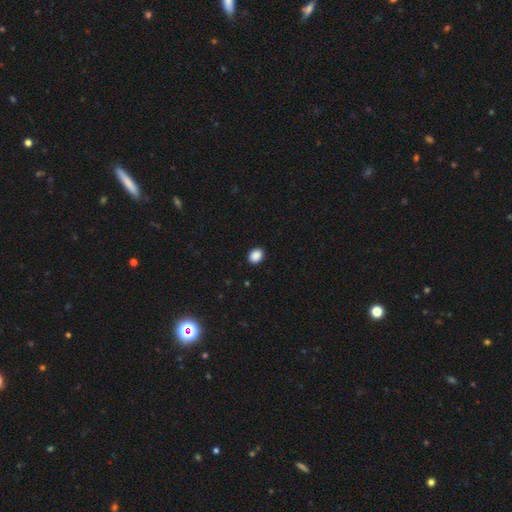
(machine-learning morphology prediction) Q: Smooth or featured?
A: smooth (89%); runner-up: star or artifact (9%)
Q: How rounded?
A: in between (50%); runner-up: round (49%)
Q: Merging?
A: none (91%); runner-up: minor disturbance (6%)